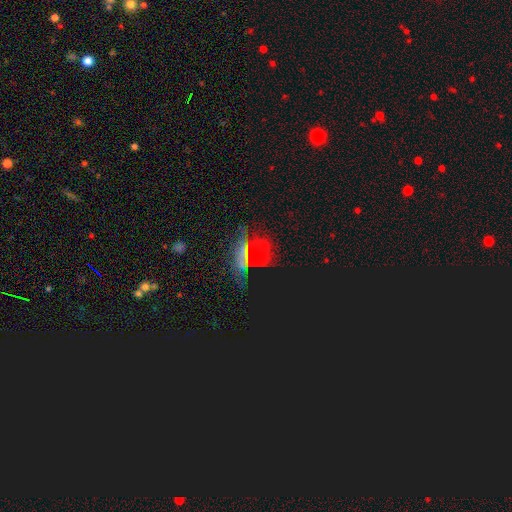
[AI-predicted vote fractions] smooth-or-featured: star or artifact: 41% | featured or disk: 31% | smooth: 29%